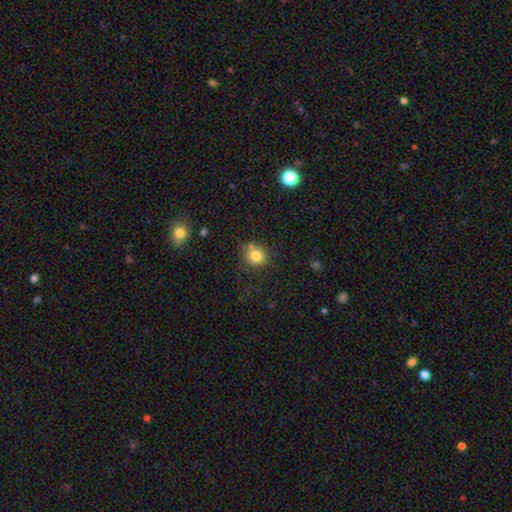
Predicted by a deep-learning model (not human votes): smooth 80%, star or artifact 12%, featured or disk 8%. Down the decision tree: how rounded — round (86%); merging — none (72%).